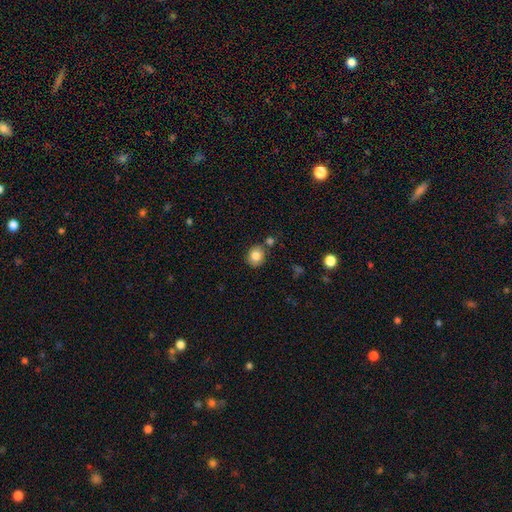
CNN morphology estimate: A smooth galaxy with no disk features (83%) that is round (75%). Merging: none (77%).